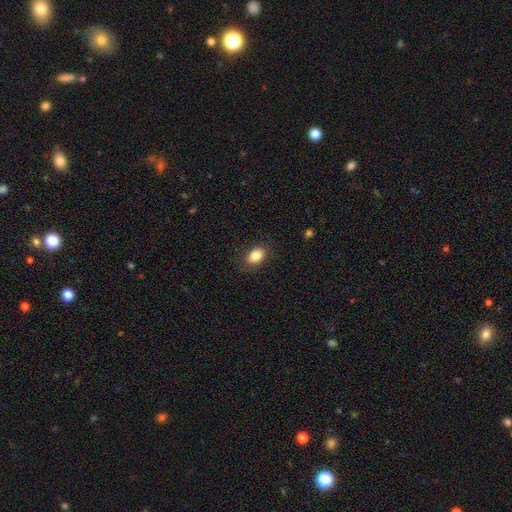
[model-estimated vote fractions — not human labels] Smooth or featured? Predicted: smooth (p=0.85). How rounded? Predicted: in between (p=0.80). Merging? Predicted: none (p=0.86).